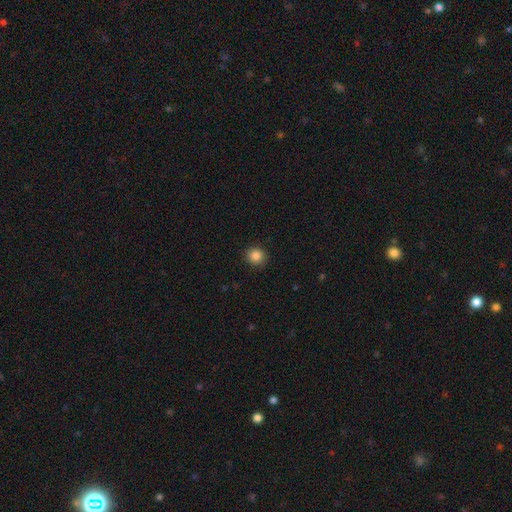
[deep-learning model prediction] A smooth galaxy with no disk features (86%) that is round (88%).

Vote fractions:
- Smooth or featured? smooth: 86% / star or artifact: 10% / featured or disk: 4%
- How rounded? round: 88% / in between: 11% / cigar-shaped: 1%
- Merging? none: 90% / minor disturbance: 7% / major disturbance: 2% / merger: 1%